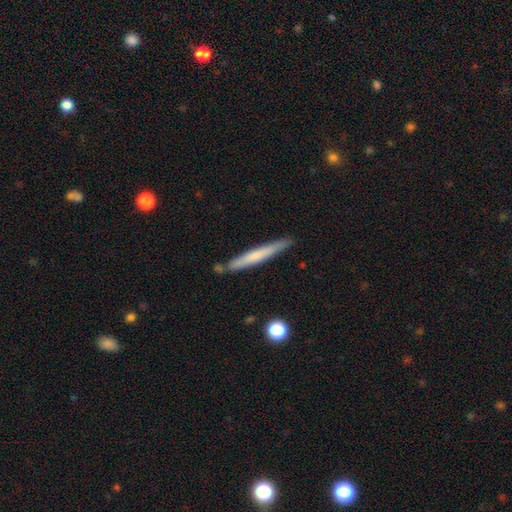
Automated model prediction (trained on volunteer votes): Q: Smooth or featured?
A: smooth (57%); runner-up: featured or disk (37%)
Q: How rounded?
A: cigar-shaped (96%); runner-up: in between (3%)
Q: Merging?
A: none (83%); runner-up: minor disturbance (11%)